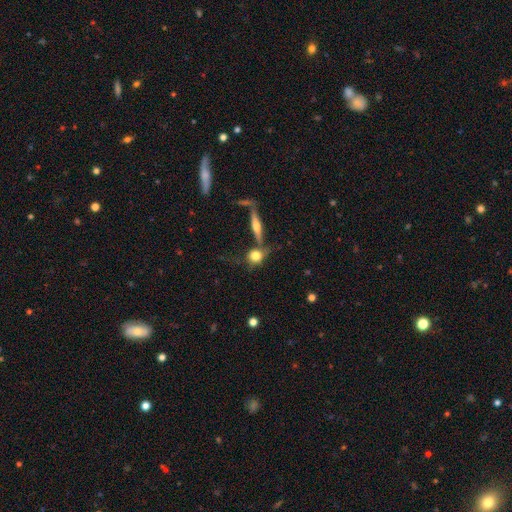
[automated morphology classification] type=smooth (70%); roundness=round (73%); merging=none (56%).